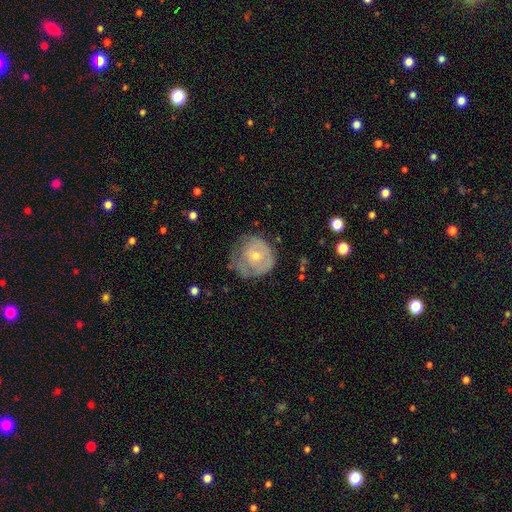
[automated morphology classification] type=featured or disk (53%); edge-on=no (96%); bar=no (81%); spiral arms=yes (52%); bulge=small (55%); merging=none (53%).